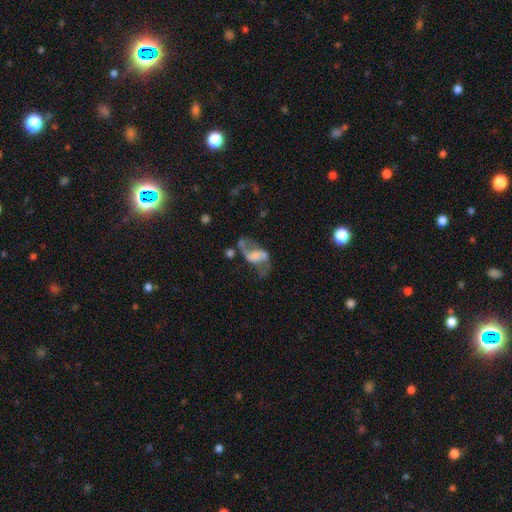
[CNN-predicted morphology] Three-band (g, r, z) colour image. It shows a featured or disk galaxy (72%) with no bar (40%), 2 (86%) loose (76%) spiral arms (82%) and no central bulge (53%). Merging: none (37%).